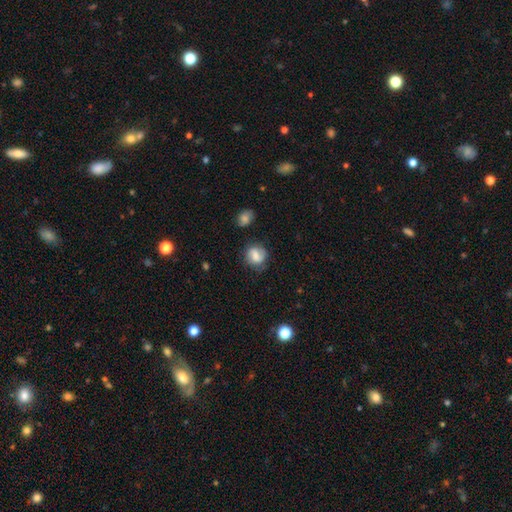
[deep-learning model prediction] Smooth or featured: smooth — 50% (featured or disk — 40%)
How rounded: round — 67% (in between — 32%)
Merging: none — 65% (minor disturbance — 22%)